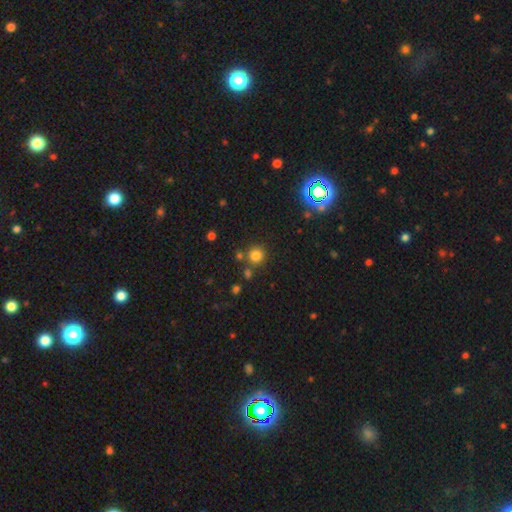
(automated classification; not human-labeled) A smooth galaxy with no disk features (77%) that is round (93%).

Vote fractions:
- Smooth or featured? smooth: 77% / star or artifact: 17% / featured or disk: 6%
- How rounded? round: 93% / in between: 6% / cigar-shaped: 1%
- Merging? none: 78% / merger: 11% / minor disturbance: 8% / major disturbance: 3%